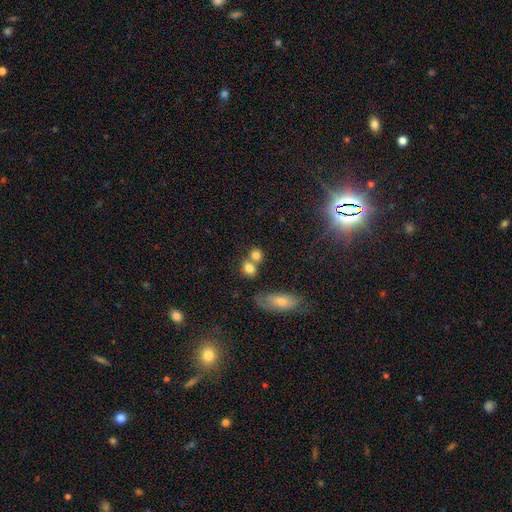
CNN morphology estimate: Smooth or featured? Predicted: smooth (p=0.78). How rounded? Predicted: round (p=0.66). Merging? Predicted: merger (p=0.44).